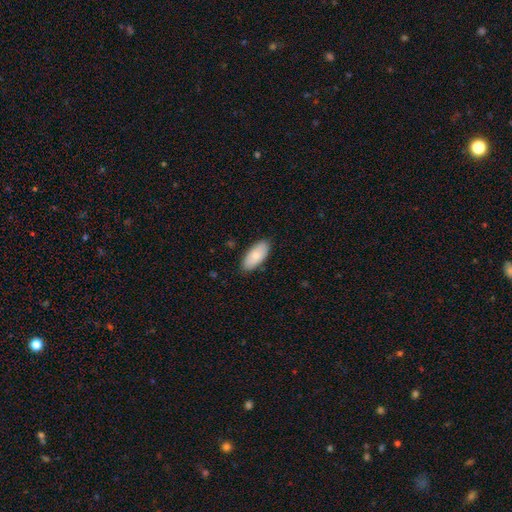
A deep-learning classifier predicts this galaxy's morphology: A smooth galaxy with no disk features (76%) that is in between round and cigar-shaped (90%).

Vote fractions:
- Smooth or featured? smooth: 76% / featured or disk: 17% / star or artifact: 6%
- How rounded? in between: 90% / cigar-shaped: 8% / round: 2%
- Merging? none: 85% / minor disturbance: 12% / major disturbance: 2% / merger: 1%